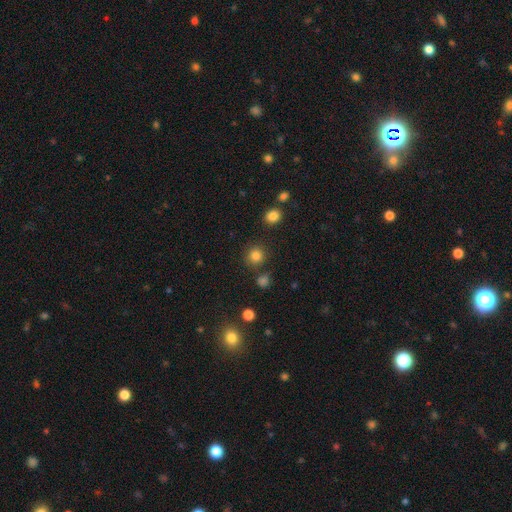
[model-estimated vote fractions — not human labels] Q: Smooth or featured?
A: smooth (82%); runner-up: star or artifact (13%)
Q: How rounded?
A: round (91%); runner-up: in between (8%)
Q: Merging?
A: none (83%); runner-up: minor disturbance (8%)